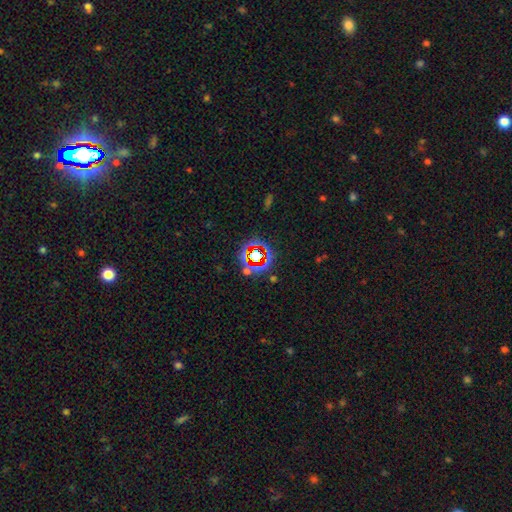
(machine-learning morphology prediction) A star or artifact, not a galaxy (66%).